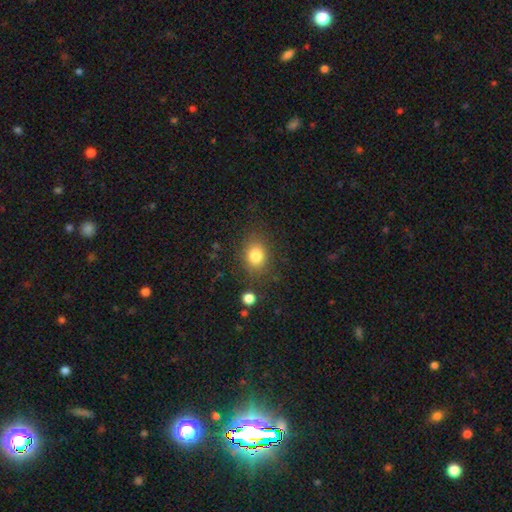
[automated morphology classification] Smooth or featured?
  - smooth: 81% *
  - star or artifact: 11%
  - featured or disk: 8%
How rounded?
  - round: 51% *
  - in between: 48%
  - cigar-shaped: 1%
Merging?
  - none: 81% *
  - minor disturbance: 12%
  - major disturbance: 4%
  - merger: 3%